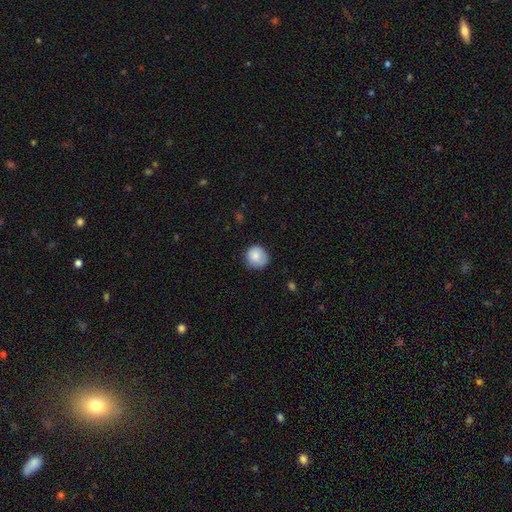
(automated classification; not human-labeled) Morphology: type=smooth (85%); roundness=round (88%); merging=none (77%).